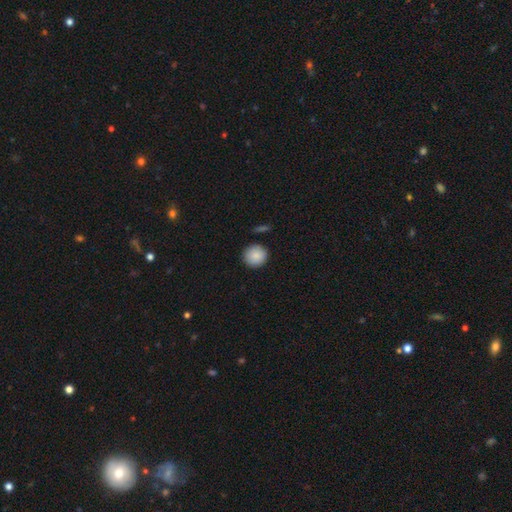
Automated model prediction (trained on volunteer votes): This appears to be a smooth galaxy with no disk features (89%) that is round (93%). Merging: none (90%).